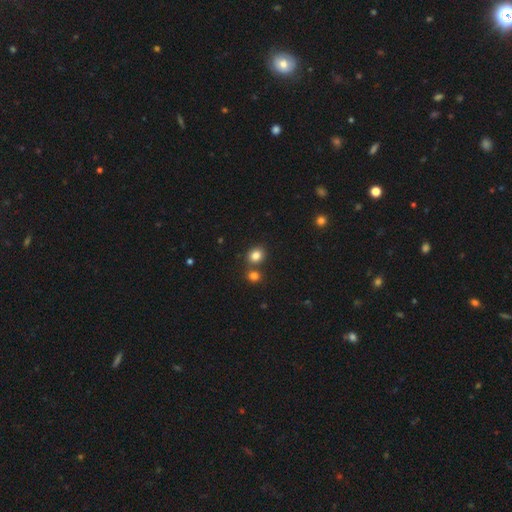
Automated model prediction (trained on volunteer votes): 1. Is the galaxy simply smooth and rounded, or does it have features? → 82% smooth, 12% star or artifact, 6% featured or disk.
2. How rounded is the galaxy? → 72% round, 27% in between, 1% cigar-shaped.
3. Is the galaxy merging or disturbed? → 69% none, 20% merger, 8% minor disturbance, 3% major disturbance.